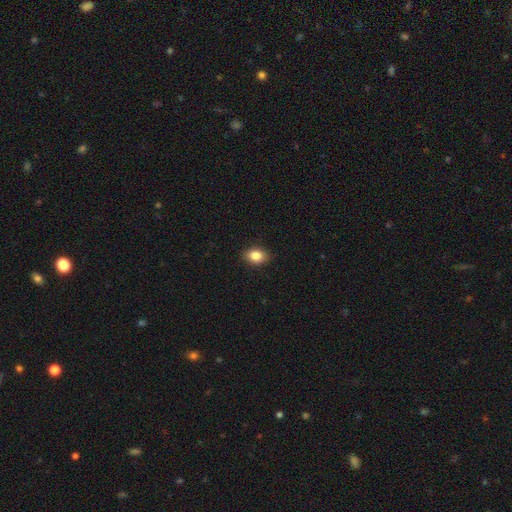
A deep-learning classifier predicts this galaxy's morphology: This is clearly a smooth galaxy (84%). How rounded: likely in between (72%). Merging: clearly none (88%).